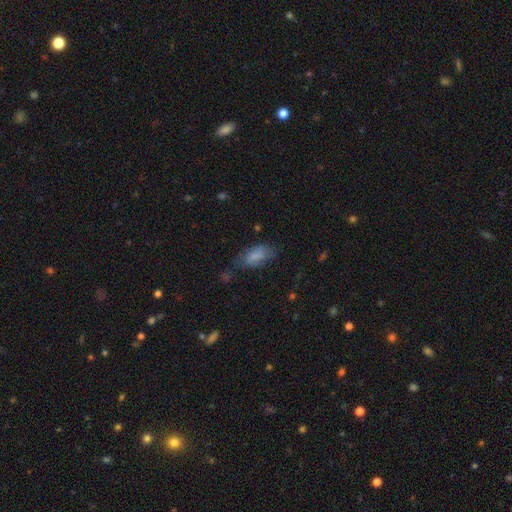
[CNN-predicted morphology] type=smooth (76%); roundness=in between (87%); merging=none (49%).